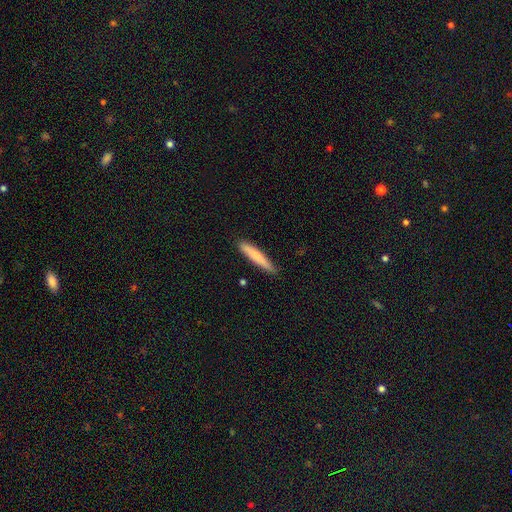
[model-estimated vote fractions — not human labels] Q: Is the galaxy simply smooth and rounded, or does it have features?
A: smooth — 77%.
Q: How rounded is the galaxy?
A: cigar-shaped — 93%.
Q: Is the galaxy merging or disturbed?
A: none — 84%.